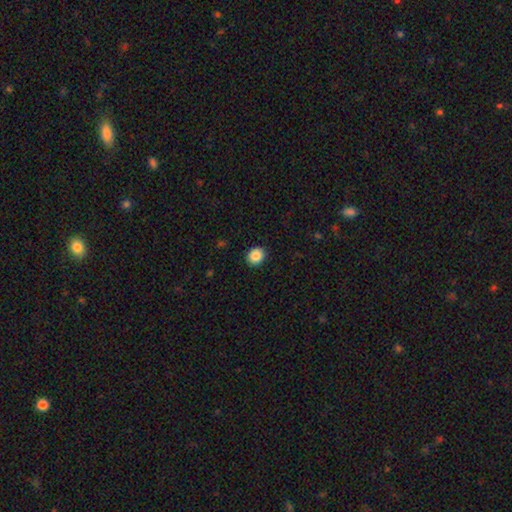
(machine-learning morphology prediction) Smooth or featured? Predicted: smooth (p=0.87). How rounded? Predicted: round (p=0.72). Merging? Predicted: none (p=0.92).